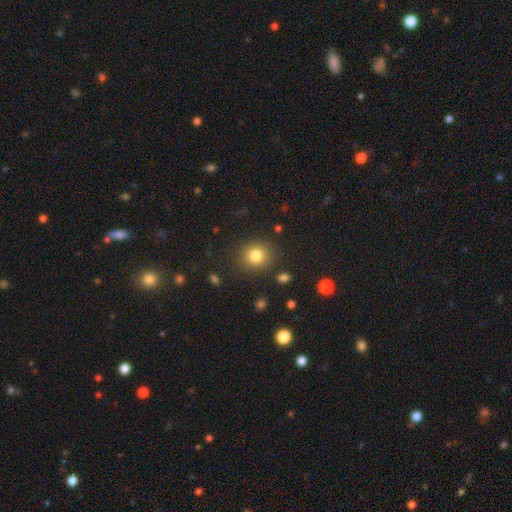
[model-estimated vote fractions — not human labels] The model was most divided on "smooth or featured": smooth: 81%, star or artifact: 12%, featured or disk: 7%. More confident: merging — none (86%); how rounded — round (86%).